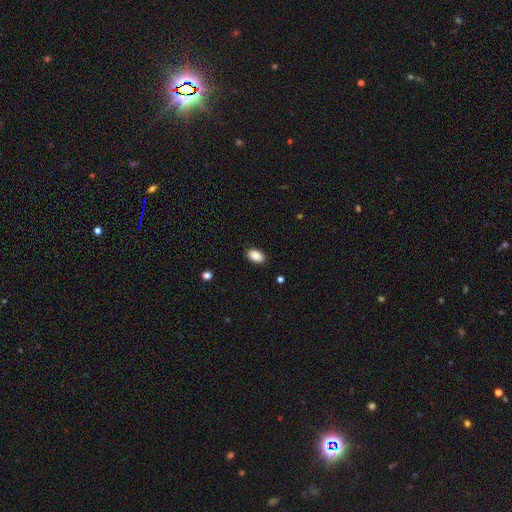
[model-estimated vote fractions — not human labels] Q: Smooth or featured?
A: smooth (89%); runner-up: star or artifact (7%)
Q: How rounded?
A: in between (91%); runner-up: round (7%)
Q: Merging?
A: none (88%); runner-up: minor disturbance (9%)